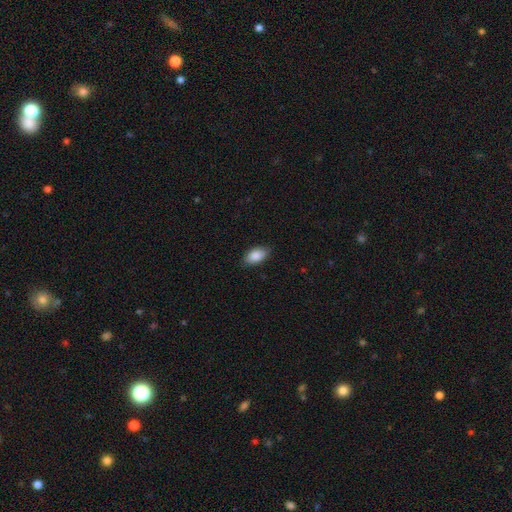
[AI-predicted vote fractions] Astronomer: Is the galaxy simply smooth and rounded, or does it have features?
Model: smooth — 88%.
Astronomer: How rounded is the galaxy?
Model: in between — 94%.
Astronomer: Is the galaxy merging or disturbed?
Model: none — 85%.